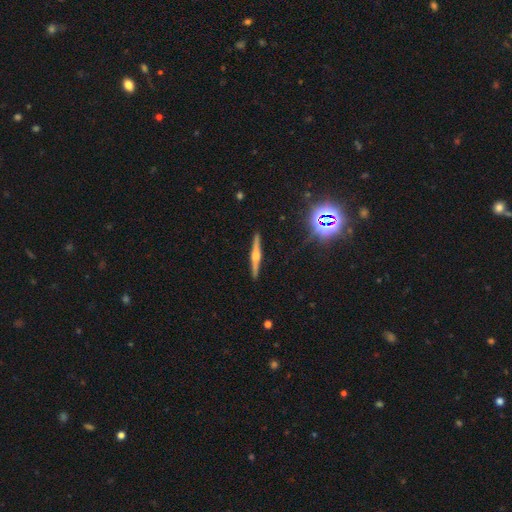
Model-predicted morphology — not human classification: The model was most divided on "smooth or featured": featured or disk: 75%, smooth: 17%, star or artifact: 8%. More confident: edge-on disk — yes (98%); merging — none (92%); edge-on bulge — rounded (83%).